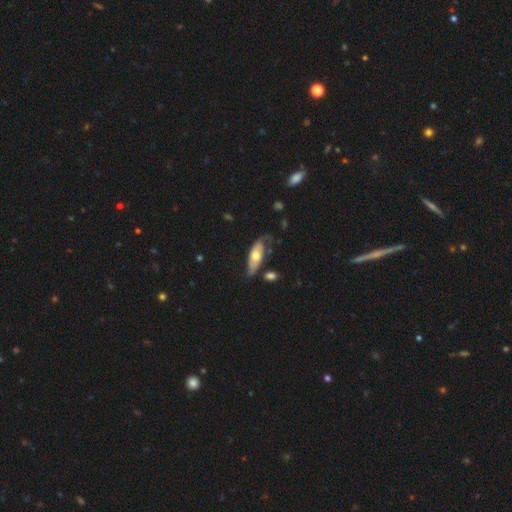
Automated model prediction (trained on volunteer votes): smooth 51%, featured or disk 44%, star or artifact 6%. Down the decision tree: how rounded — in between (76%); merging — none (50%).